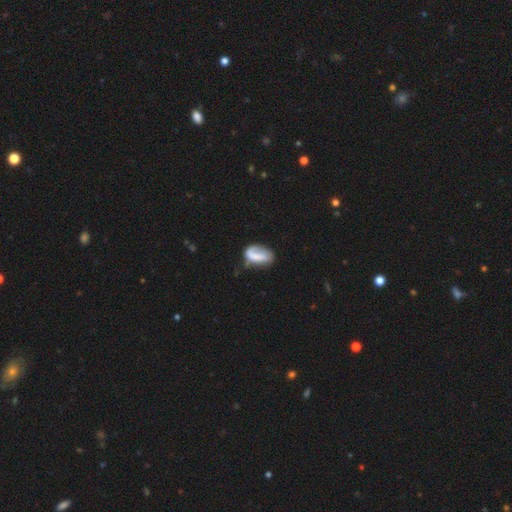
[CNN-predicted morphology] Smooth or featured? smooth (60%)
How rounded? in between (89%)
Merging? none (43%)